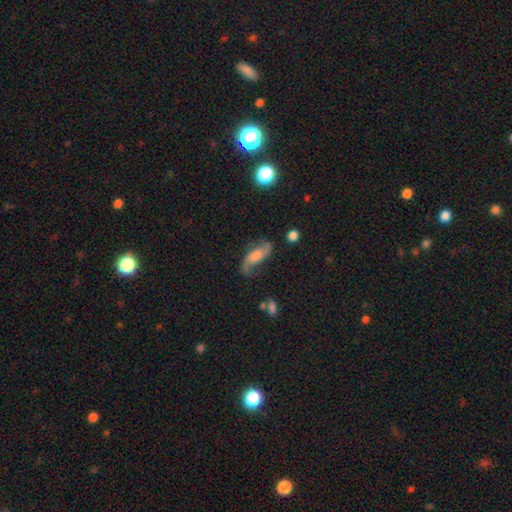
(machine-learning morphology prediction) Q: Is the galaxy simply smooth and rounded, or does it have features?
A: featured or disk — 72%.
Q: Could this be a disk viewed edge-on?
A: no — 91%.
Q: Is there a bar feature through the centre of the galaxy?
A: no — 49%.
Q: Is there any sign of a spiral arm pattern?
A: yes — 94%.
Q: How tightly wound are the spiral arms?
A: loose — 68%.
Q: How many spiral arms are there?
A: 2 — 90%.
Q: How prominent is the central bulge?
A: none — 27%.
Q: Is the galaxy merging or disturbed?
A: none — 68%.